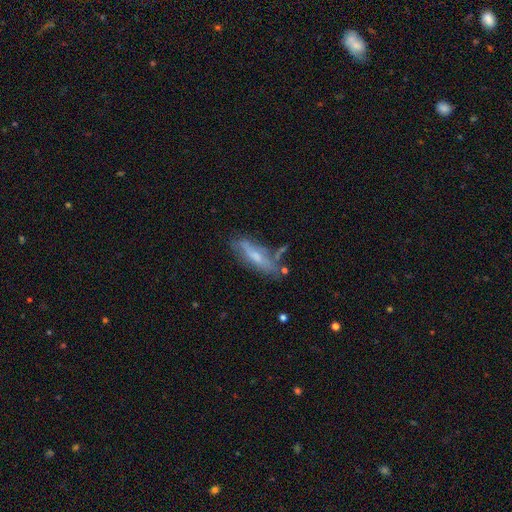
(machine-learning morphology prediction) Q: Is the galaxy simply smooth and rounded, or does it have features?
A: featured or disk — 47%.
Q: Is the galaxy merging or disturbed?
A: none — 52%.